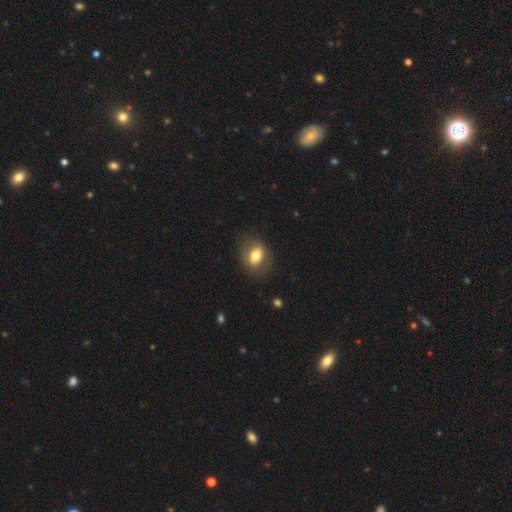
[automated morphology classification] This appears to be a smooth galaxy with no disk features (70%) that is in between round and cigar-shaped (70%). Merging: none (78%).